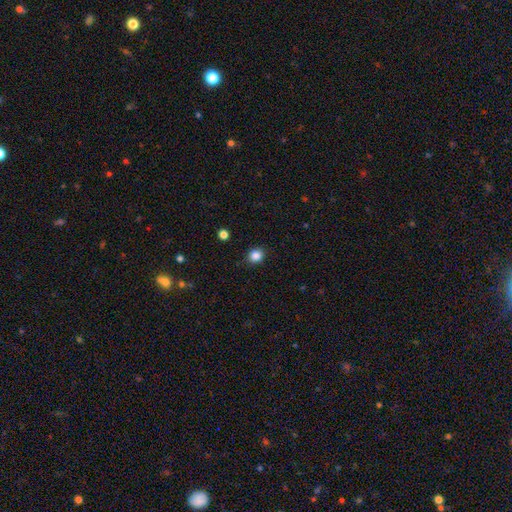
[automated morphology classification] Smooth or featured? Predicted: smooth (p=0.85). How rounded? Predicted: round (p=0.78). Merging? Predicted: none (p=0.89).